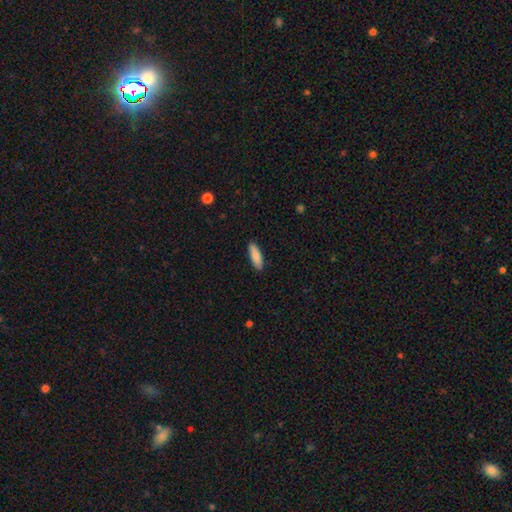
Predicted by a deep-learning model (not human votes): Smooth or featured? smooth (88%)
How rounded? in between (49%, tied with cigar-shaped)
Merging? none (88%)